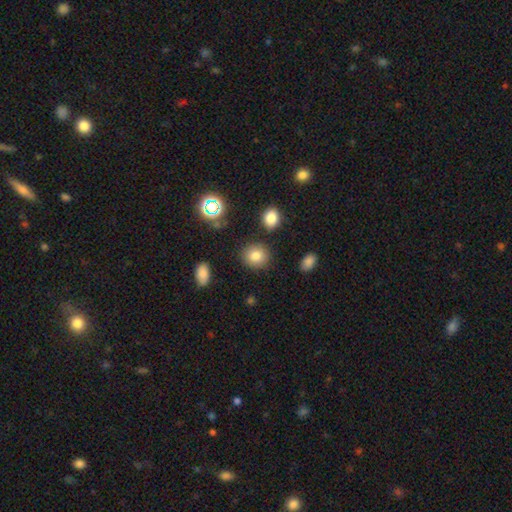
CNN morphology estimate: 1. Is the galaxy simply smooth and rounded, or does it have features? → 79% smooth, 13% star or artifact, 9% featured or disk.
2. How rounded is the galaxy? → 81% round, 18% in between, 1% cigar-shaped.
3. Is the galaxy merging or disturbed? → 85% none, 8% minor disturbance, 4% merger, 3% major disturbance.